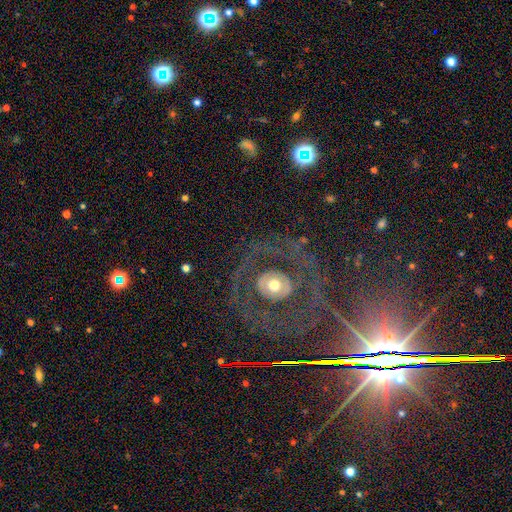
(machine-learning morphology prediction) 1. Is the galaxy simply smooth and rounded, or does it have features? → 62% featured or disk, 21% star or artifact, 17% smooth.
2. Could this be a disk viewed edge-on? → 92% no, 8% yes.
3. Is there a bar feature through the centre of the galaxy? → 77% no, 14% weak, 10% strong.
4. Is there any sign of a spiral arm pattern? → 61% no, 39% yes.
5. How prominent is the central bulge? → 61% moderate, 22% small, 12% large, 3% dominant, 2% none.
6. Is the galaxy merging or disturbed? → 76% none, 11% minor disturbance, 11% major disturbance, 2% merger.